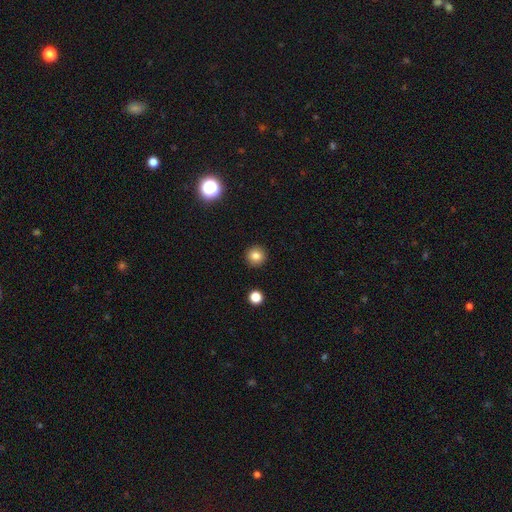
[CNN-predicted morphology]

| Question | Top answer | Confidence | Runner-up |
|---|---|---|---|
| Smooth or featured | smooth | 82% | star or artifact (12%) |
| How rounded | round | 94% | in between (5%) |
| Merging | none | 92% | minor disturbance (5%) |